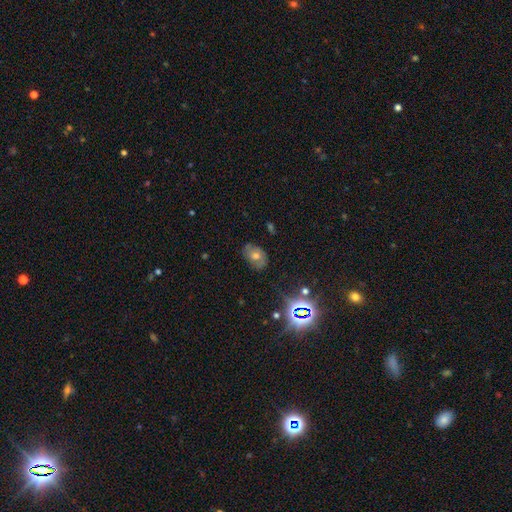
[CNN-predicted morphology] A smooth galaxy with no disk features (47%).

Vote fractions:
- Smooth or featured? smooth: 47% / featured or disk: 29% / star or artifact: 24%
- Merging? none: 73% / minor disturbance: 20% / major disturbance: 5% / merger: 2%